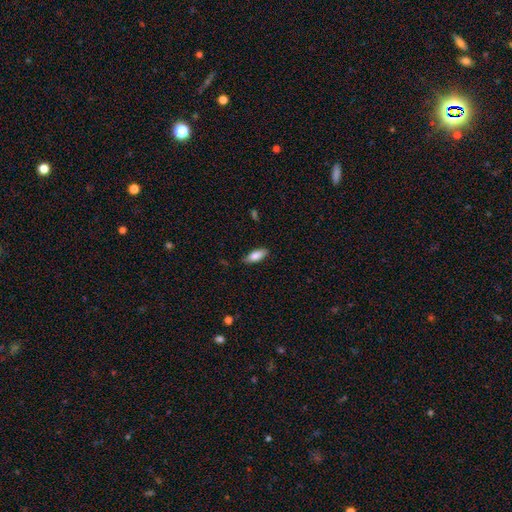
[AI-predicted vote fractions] This appears to be a smooth galaxy with no disk features (82%) that is in between round and cigar-shaped (77%). Merging: none (83%).